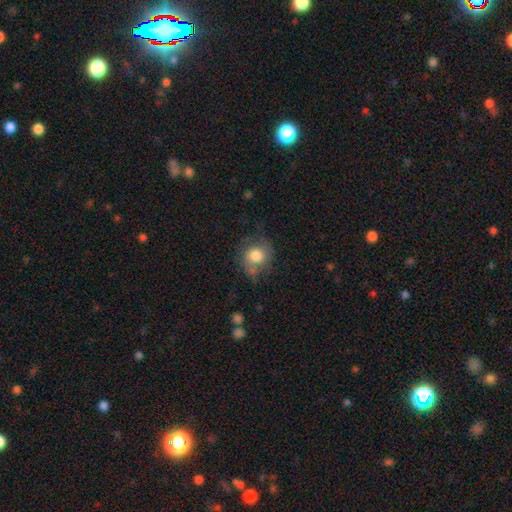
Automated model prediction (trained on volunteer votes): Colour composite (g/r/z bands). It shows a smooth galaxy with no disk features (73%) that is round (78%). Merging: none (59%).